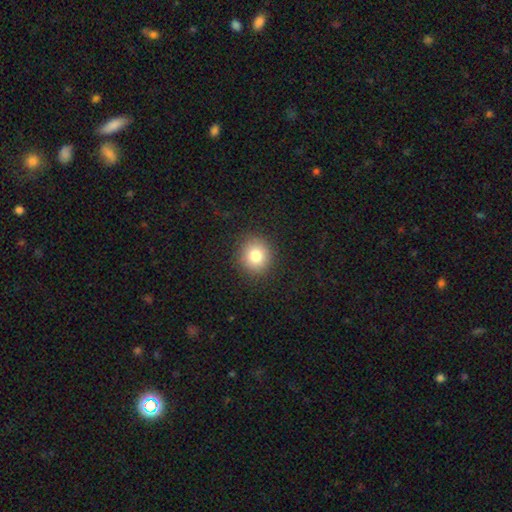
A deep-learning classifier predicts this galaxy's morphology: The model was most divided on "how rounded": round: 84%, in between: 15%, cigar-shaped: 1%. More confident: merging — none (89%); smooth or featured — smooth (81%).